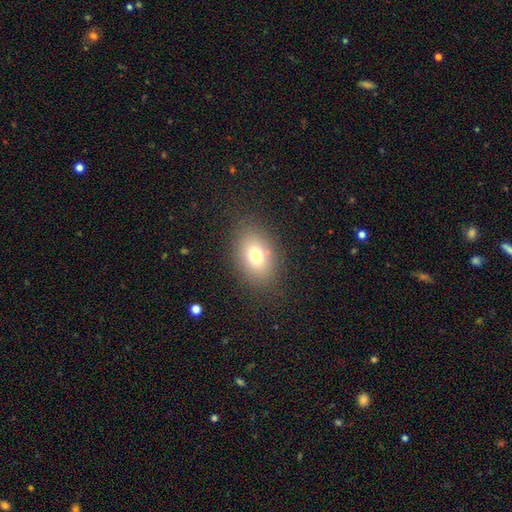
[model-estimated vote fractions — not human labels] The model was most divided on "how rounded": in between: 79%, round: 20%, cigar-shaped: 1%. More confident: merging — none (84%); smooth or featured — smooth (75%).